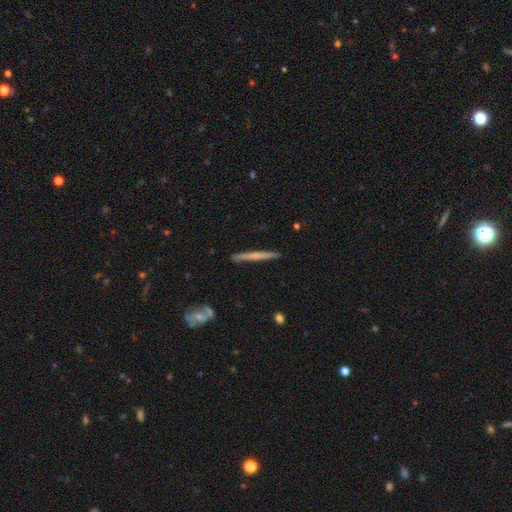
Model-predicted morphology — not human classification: Smooth or featured? Predicted: featured or disk (p=0.51). Edge-on disk? Predicted: yes (p=0.96). Merging? Predicted: none (p=0.90).